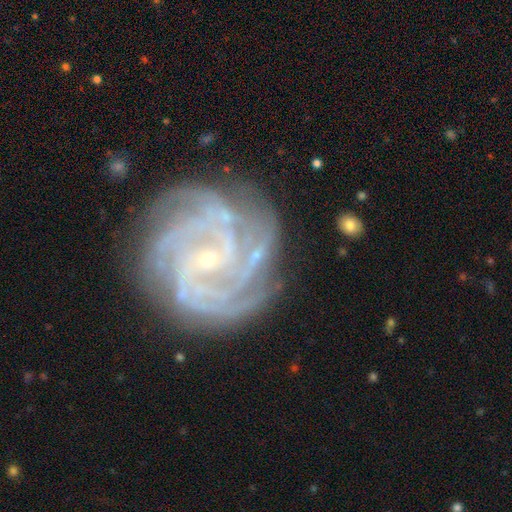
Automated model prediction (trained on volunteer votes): This is clearly a featured or disk galaxy (86%). It is clearly not viewed edge-on (97%). Bar: possibly no (49%). Spiral arm pattern: clearly yes (97%). Spiral arm count: marginally 4 (29%). Spiral winding: likely tight (70%). Central bulge: likely small (80%). Merging: likely none (68%).